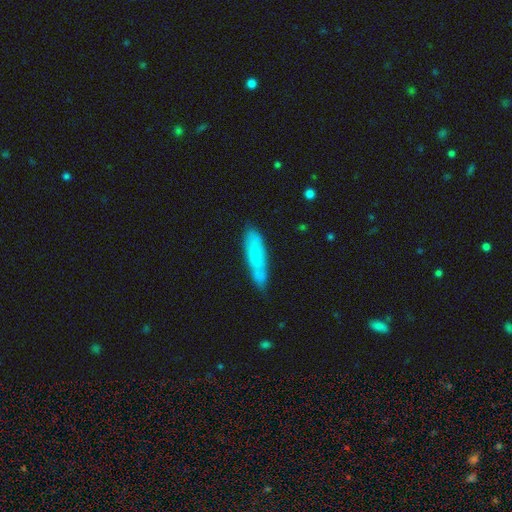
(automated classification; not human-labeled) smooth-or-featured: smooth: 72% | featured or disk: 21% | star or artifact: 6%
  how-rounded: cigar-shaped: 71% | in between: 27% | round: 2%
  merging: none: 69% | minor disturbance: 22% | major disturbance: 5% | merger: 4%